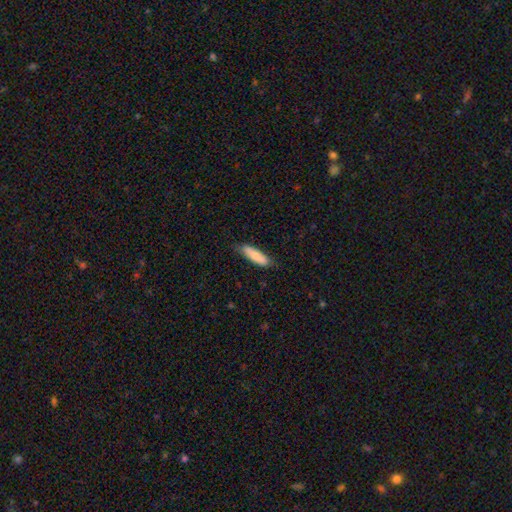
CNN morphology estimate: smooth 79%, featured or disk 15%, star or artifact 6%. Down the decision tree: how rounded — cigar-shaped (56%); merging — none (76%).